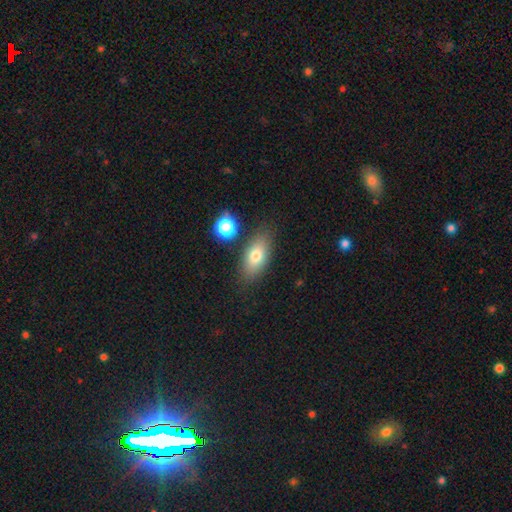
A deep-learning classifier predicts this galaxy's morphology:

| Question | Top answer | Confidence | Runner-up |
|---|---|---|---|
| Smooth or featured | smooth | 75% | featured or disk (15%) |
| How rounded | in between | 86% | cigar-shaped (7%) |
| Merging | none | 77% | minor disturbance (12%) |